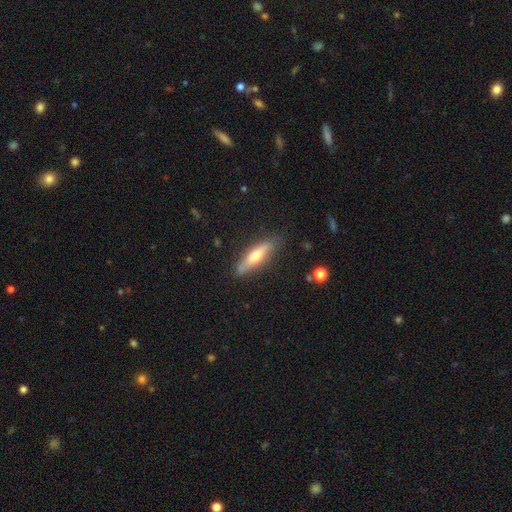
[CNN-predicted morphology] Q: Smooth or featured?
A: smooth (47%); tied with: featured or disk (47%)
Q: Merging?
A: none (84%); runner-up: minor disturbance (12%)